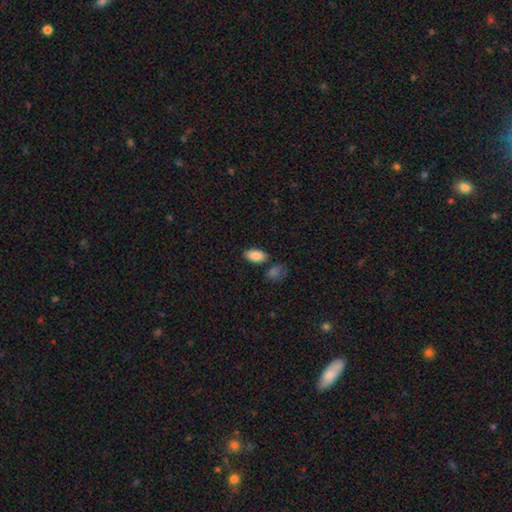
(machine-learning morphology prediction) This is clearly a smooth galaxy (88%). How rounded: clearly in between (94%). Merging: likely none (76%).